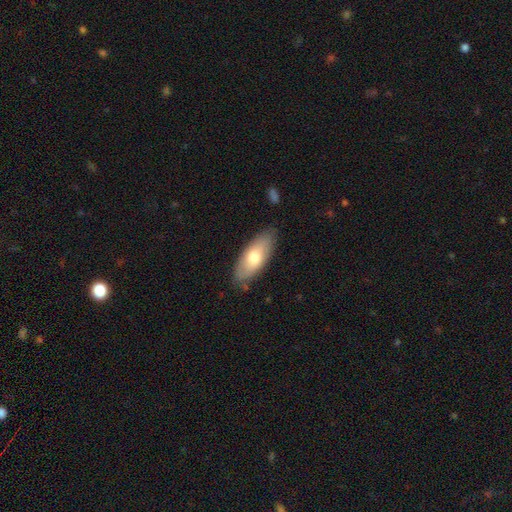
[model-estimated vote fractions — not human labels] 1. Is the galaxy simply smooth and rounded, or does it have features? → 67% smooth, 27% featured or disk, 6% star or artifact.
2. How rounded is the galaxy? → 81% in between, 17% cigar-shaped, 2% round.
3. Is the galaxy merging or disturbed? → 81% none, 14% minor disturbance, 3% major disturbance, 2% merger.